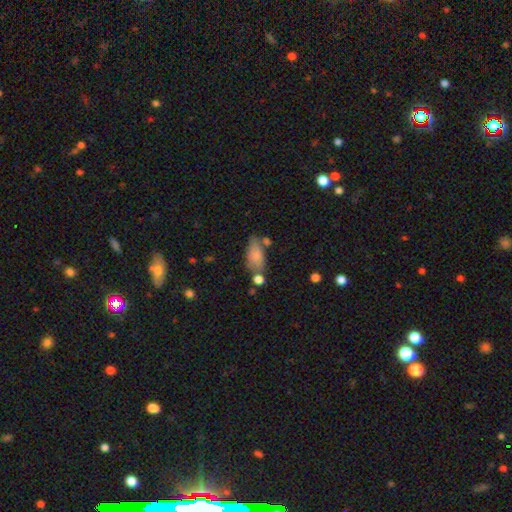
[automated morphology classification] A smooth galaxy with no disk features (79%) that is in between round and cigar-shaped (90%).

Vote fractions:
- Smooth or featured? smooth: 79% / featured or disk: 14% / star or artifact: 7%
- How rounded? in between: 90% / cigar-shaped: 6% / round: 4%
- Merging? none: 56% / minor disturbance: 22% / merger: 16% / major disturbance: 7%